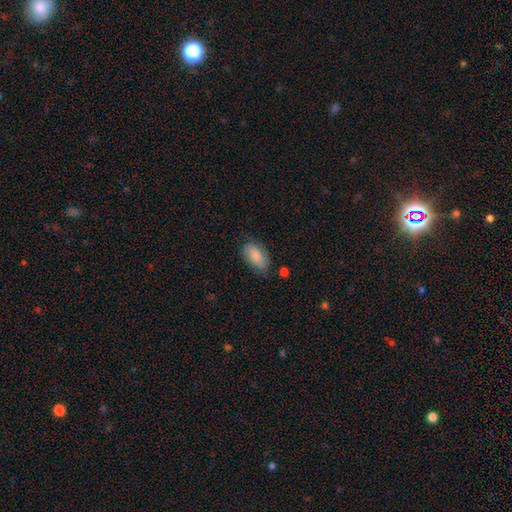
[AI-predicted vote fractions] Smooth or featured: smooth — 81% (featured or disk — 13%)
How rounded: in between — 93% (round — 4%)
Merging: none — 73% (minor disturbance — 20%)